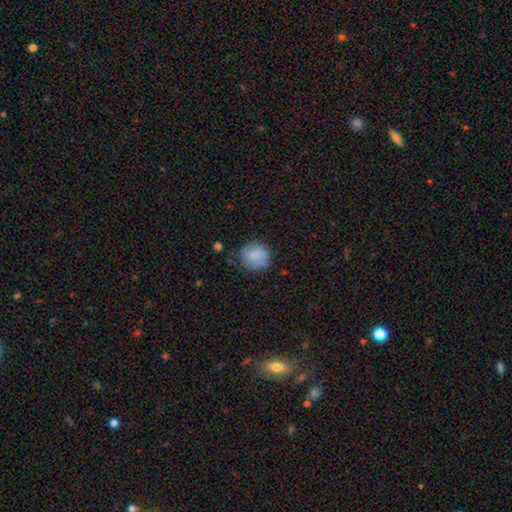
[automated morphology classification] Q: Smooth or featured?
A: smooth (81%); runner-up: featured or disk (11%)
Q: How rounded?
A: round (85%); runner-up: in between (14%)
Q: Merging?
A: none (70%); runner-up: minor disturbance (21%)